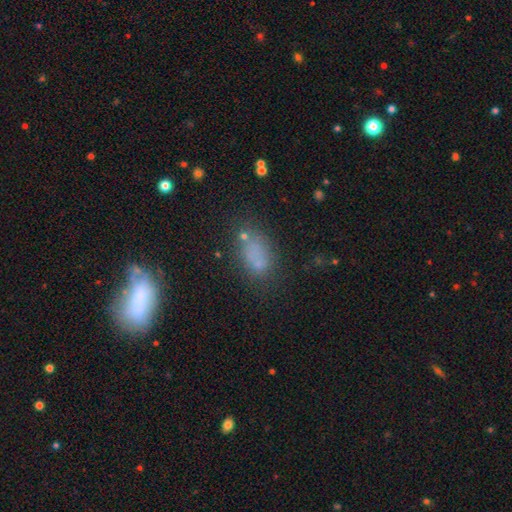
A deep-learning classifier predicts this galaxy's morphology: smooth_or_featured: smooth (p=0.67) [alt: star or artifact p=0.20]
how_rounded: in between (p=0.84) [alt: round p=0.12]
merging: none (p=0.59) [alt: minor disturbance p=0.20]